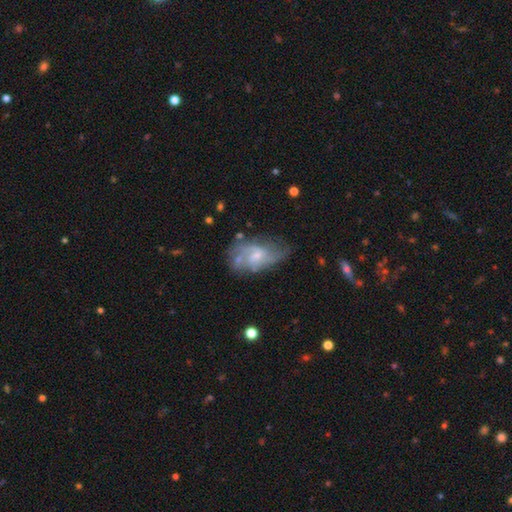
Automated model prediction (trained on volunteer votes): featured or disk 74%, smooth 18%, star or artifact 7%. Down the decision tree: edge-on disk — no (96%); bar — weak (48%); spiral arms — yes (86%); spiral arm count — 2 (48%); spiral winding — medium (44%); bulge size — small (58%); merging — none (56%).